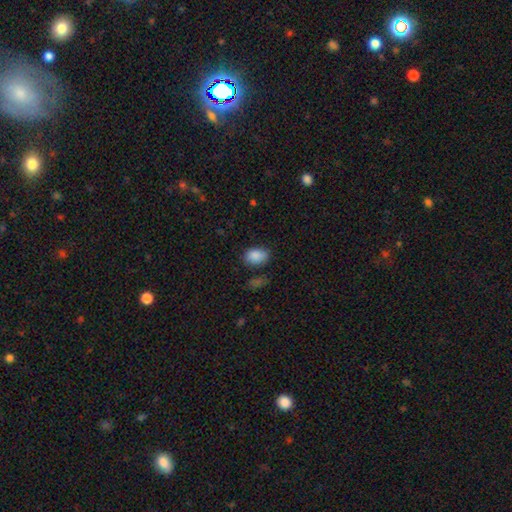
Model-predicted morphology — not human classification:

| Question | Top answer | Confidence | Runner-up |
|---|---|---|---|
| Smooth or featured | smooth | 88% | star or artifact (9%) |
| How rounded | in between | 86% | round (13%) |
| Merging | none | 75% | minor disturbance (17%) |